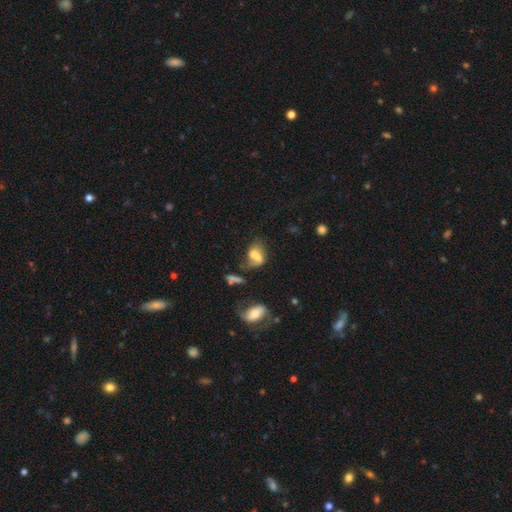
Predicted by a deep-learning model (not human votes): Q: Smooth or featured?
A: smooth (55%); runner-up: featured or disk (31%)
Q: How rounded?
A: in between (72%); runner-up: round (25%)
Q: Merging?
A: merger (50%); runner-up: none (22%)